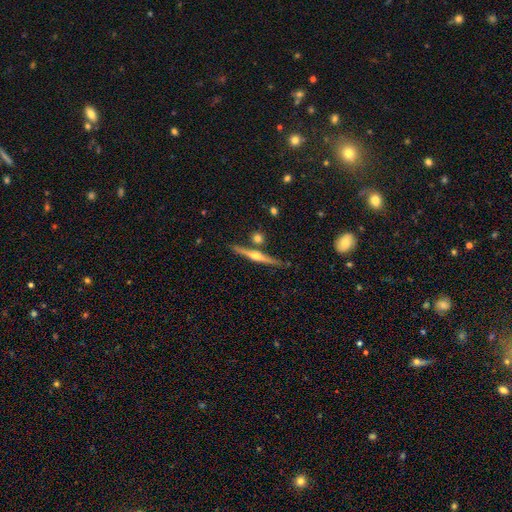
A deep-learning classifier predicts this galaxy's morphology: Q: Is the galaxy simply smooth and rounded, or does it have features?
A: featured or disk — 76%.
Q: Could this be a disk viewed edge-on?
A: yes — 98%.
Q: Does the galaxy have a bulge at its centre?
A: rounded — 92%.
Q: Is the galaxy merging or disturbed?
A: none — 82%.